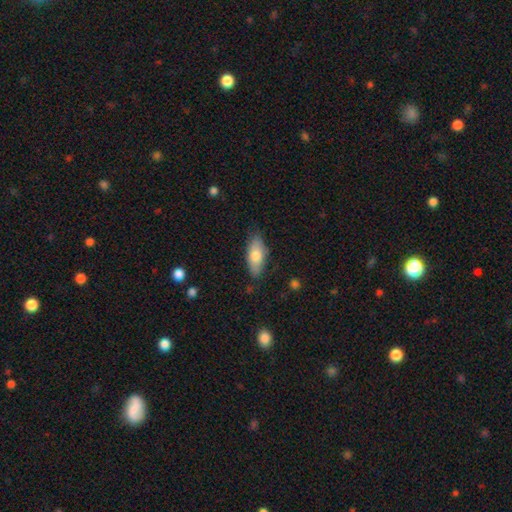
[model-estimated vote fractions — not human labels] smooth 73%, featured or disk 21%, star or artifact 6%. Down the decision tree: how rounded — in between (80%); merging — none (81%).